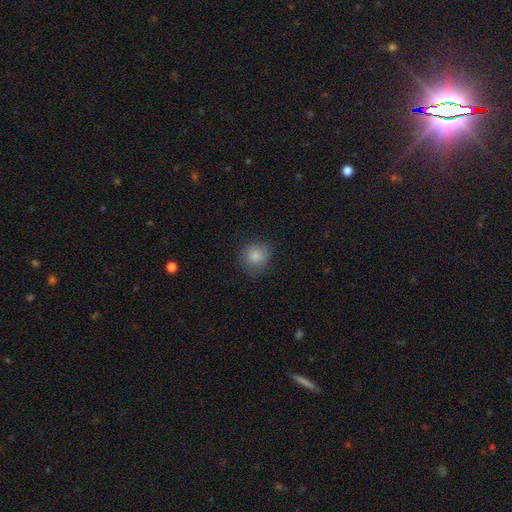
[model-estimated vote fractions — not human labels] Smooth or featured? Predicted: smooth (p=0.83). How rounded? Predicted: round (p=0.85). Merging? Predicted: none (p=0.72).